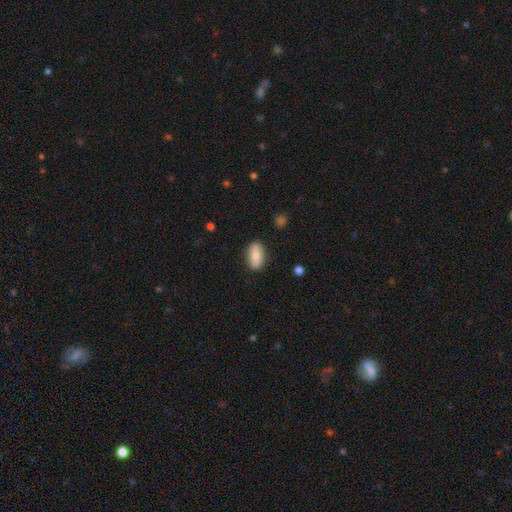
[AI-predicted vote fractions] smooth_or_featured: smooth (p=0.78) [alt: featured or disk p=0.16]
how_rounded: in between (p=0.86) [alt: cigar-shaped p=0.10]
merging: none (p=0.85) [alt: minor disturbance p=0.11]